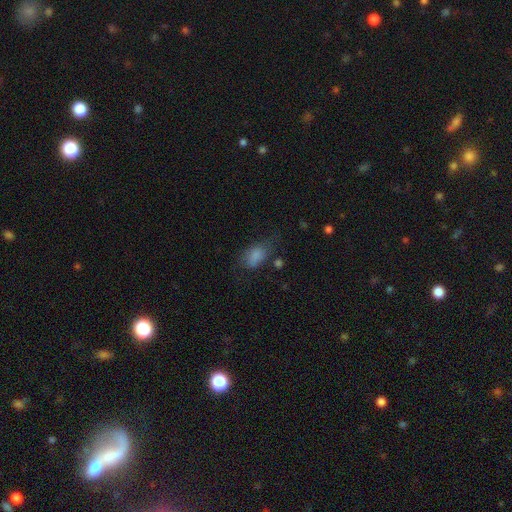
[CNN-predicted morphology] This is clearly a smooth galaxy (81%). How rounded: clearly in between (87%). Merging: possibly none (48%).